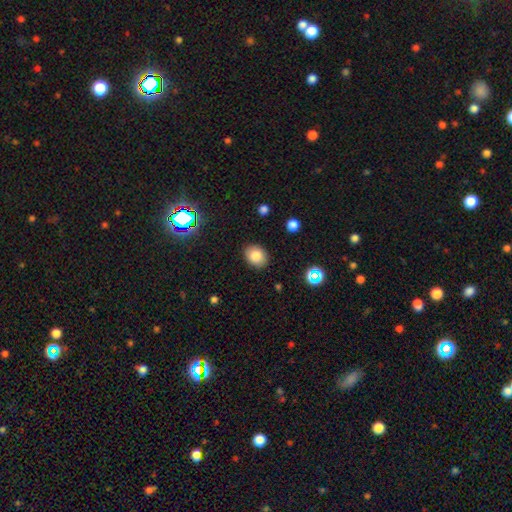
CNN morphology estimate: This is clearly a smooth galaxy (83%). How rounded: possibly in between (51%). Merging: clearly none (88%).